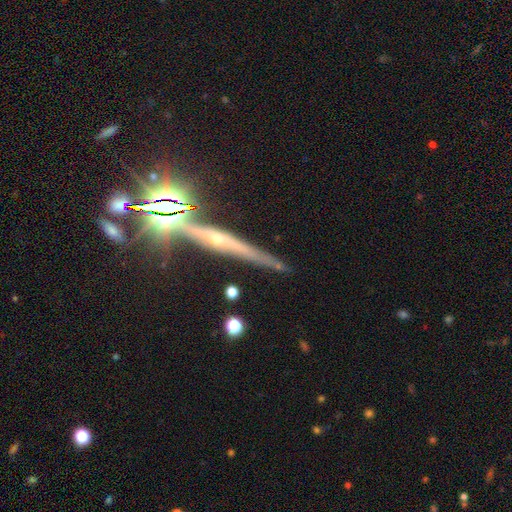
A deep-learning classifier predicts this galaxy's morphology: type=featured or disk (60%); edge-on=yes (95%); edge-on bulge=rounded (74%); merging=none (80%).